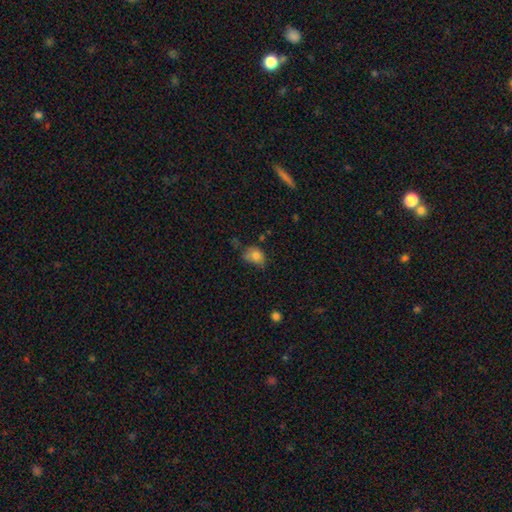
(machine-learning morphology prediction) Smooth or featured? smooth (77%)
How rounded? in between (59%)
Merging? none (47%)